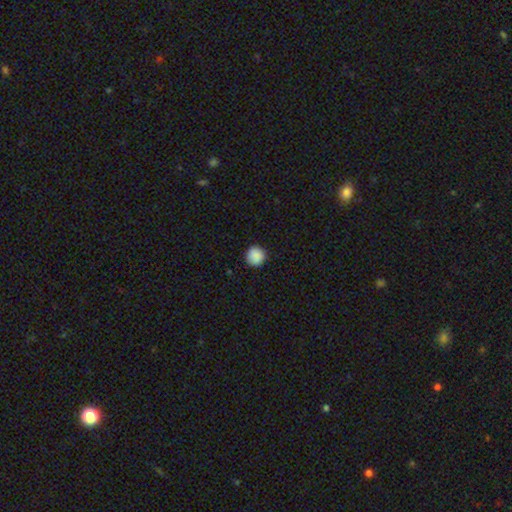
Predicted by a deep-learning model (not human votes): This is clearly a smooth galaxy (89%). How rounded: clearly round (94%). Merging: clearly none (91%).